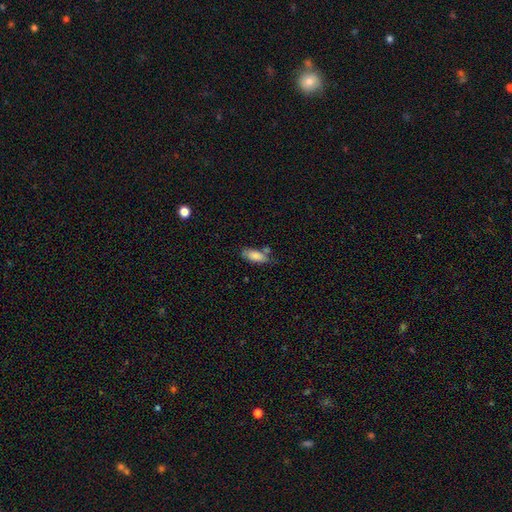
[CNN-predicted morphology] A smooth galaxy with no disk features (83%) that is in between round and cigar-shaped (81%).

Vote fractions:
- Smooth or featured? smooth: 83% / featured or disk: 10% / star or artifact: 7%
- How rounded? in between: 81% / cigar-shaped: 17% / round: 2%
- Merging? none: 59% / minor disturbance: 22% / merger: 13% / major disturbance: 6%